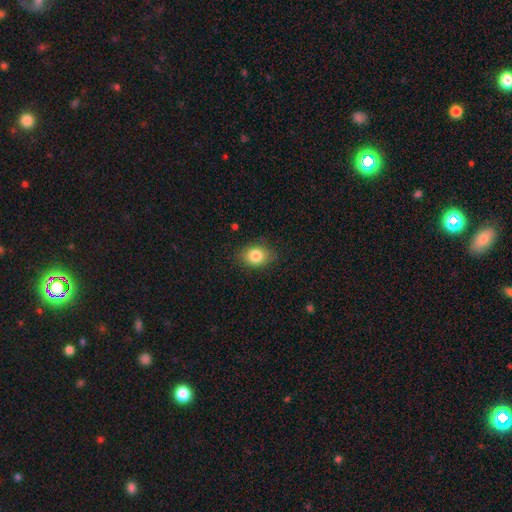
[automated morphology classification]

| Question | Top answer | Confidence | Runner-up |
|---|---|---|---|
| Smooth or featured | smooth | 83% | star or artifact (10%) |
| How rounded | in between | 58% | round (41%) |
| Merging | none | 84% | minor disturbance (12%) |